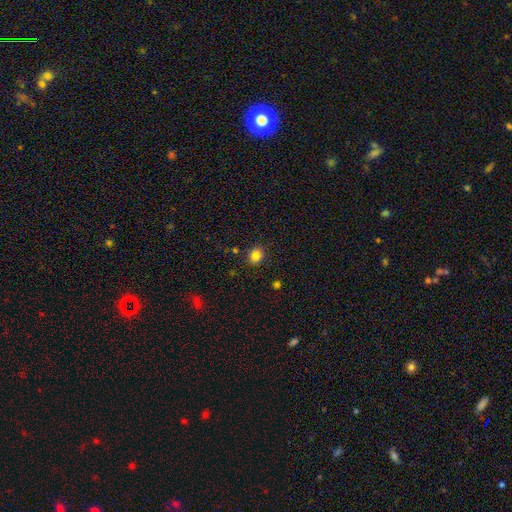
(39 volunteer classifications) Smooth or featured?
  - smooth: 85% *
  - star or artifact: 10%
  - featured or disk: 5%
How rounded?
  - round: 64% *
  - in between: 36%
  - cigar-shaped: 0%
Merging?
  - none: 97% *
  - minor disturbance: 3%
  - major disturbance: 0%
  - merger: 0%